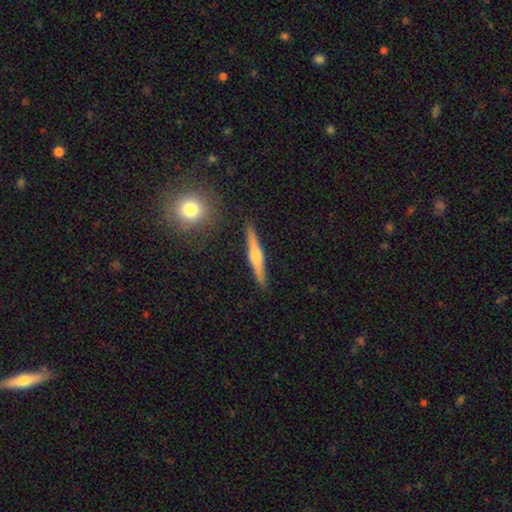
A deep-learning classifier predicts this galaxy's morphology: featured or disk 62%, smooth 32%, star or artifact 6%. Down the decision tree: edge-on disk — yes (97%); edge-on bulge — rounded (80%); merging — none (90%).